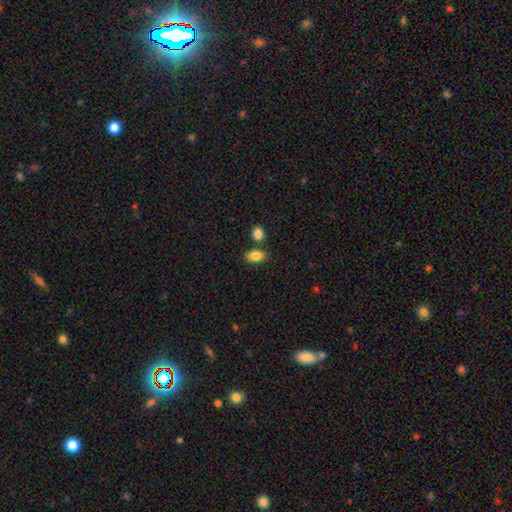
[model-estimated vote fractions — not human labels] smooth_or_featured: smooth (p=0.86) [alt: star or artifact p=0.08]
how_rounded: in between (p=0.86) [alt: round p=0.13]
merging: none (p=0.74) [alt: merger p=0.13]